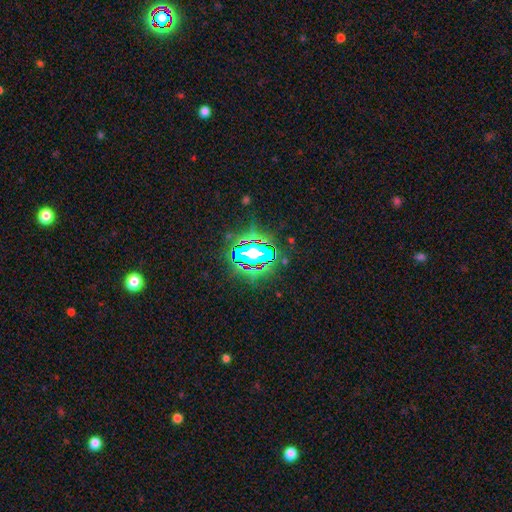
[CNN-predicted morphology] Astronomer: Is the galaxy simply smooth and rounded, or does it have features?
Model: star or artifact — 67%.